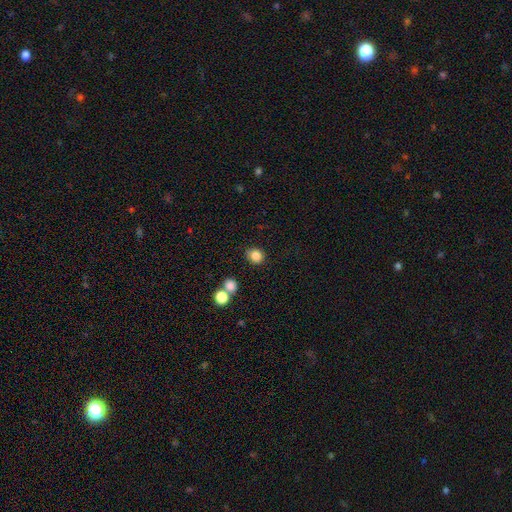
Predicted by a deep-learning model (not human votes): Smooth or featured?
  - smooth: 84% *
  - star or artifact: 11%
  - featured or disk: 5%
How rounded?
  - round: 77% *
  - in between: 22%
  - cigar-shaped: 1%
Merging?
  - none: 83% *
  - minor disturbance: 9%
  - merger: 5%
  - major disturbance: 3%